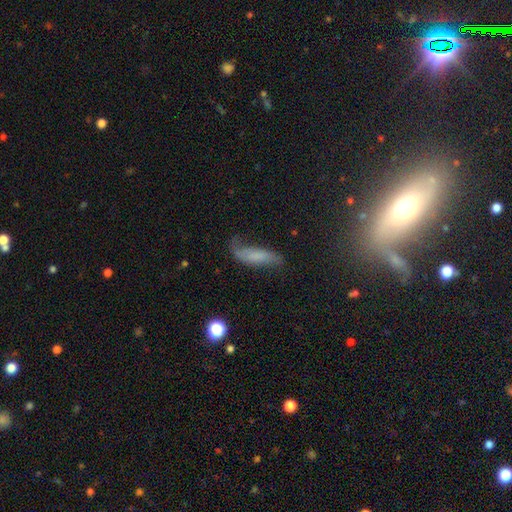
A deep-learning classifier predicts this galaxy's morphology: A smooth galaxy with no disk features (53%) that is cigar-shaped (58%). Merging: none (46%).